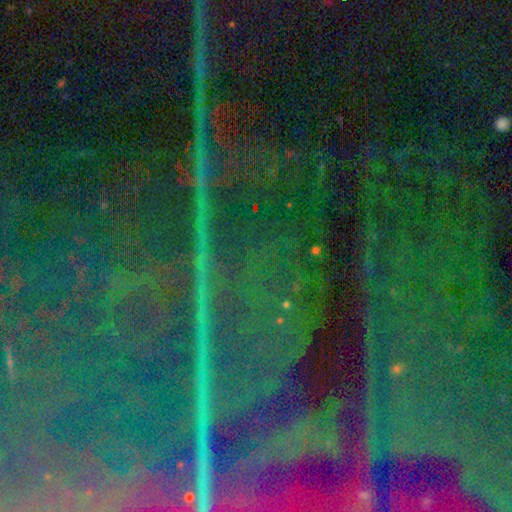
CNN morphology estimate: This appears to be a star or artifact, not a galaxy (87%).